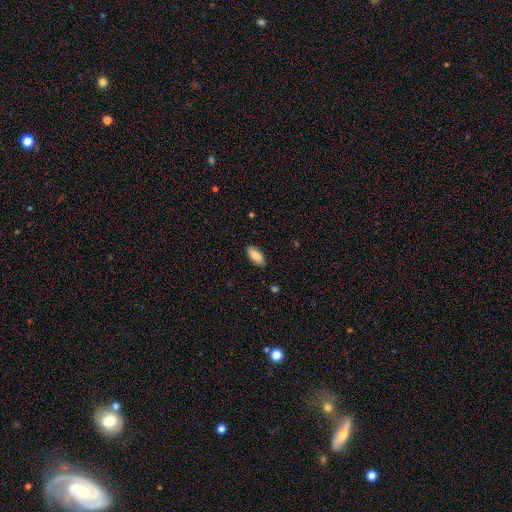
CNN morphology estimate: This appears to be a smooth galaxy with no disk features (86%) that is in between round and cigar-shaped (87%). Merging: none (88%).